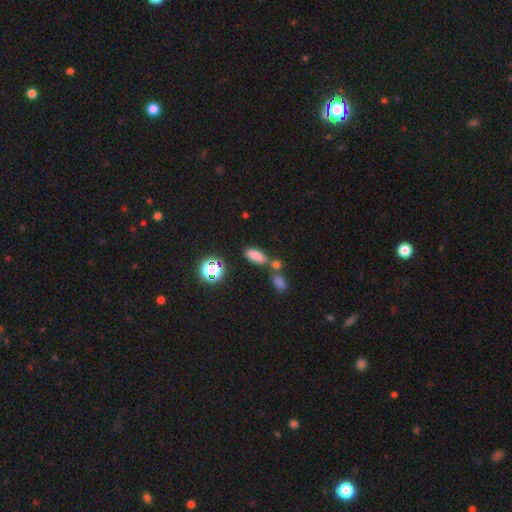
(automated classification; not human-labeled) Smooth or featured? Predicted: smooth (p=0.76). How rounded? Predicted: in between (p=0.82). Merging? Predicted: none (p=0.56).